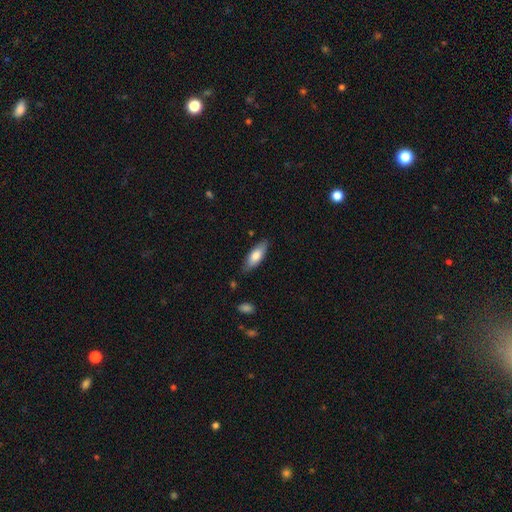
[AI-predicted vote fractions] smooth 74%, featured or disk 20%, star or artifact 6%. Down the decision tree: how rounded — in between (68%); merging — none (81%).